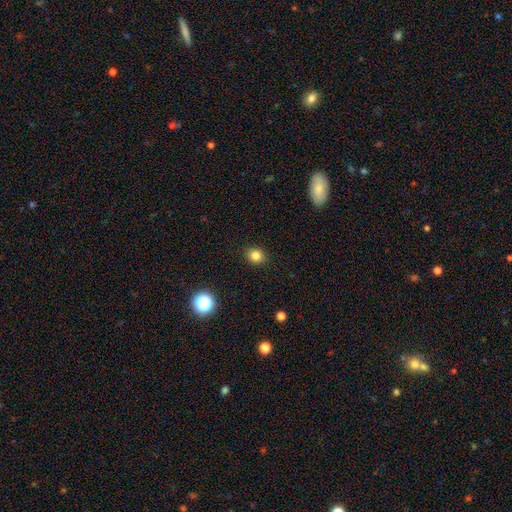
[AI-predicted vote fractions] Q: Smooth or featured?
A: smooth (83%); runner-up: star or artifact (12%)
Q: How rounded?
A: round (72%); runner-up: in between (27%)
Q: Merging?
A: none (90%); runner-up: minor disturbance (7%)